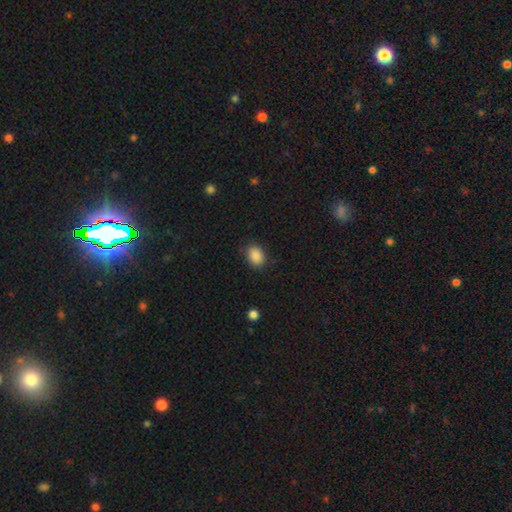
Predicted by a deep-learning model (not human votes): smooth 89%, star or artifact 8%, featured or disk 3%. Down the decision tree: how rounded — in between (67%); merging — none (85%).